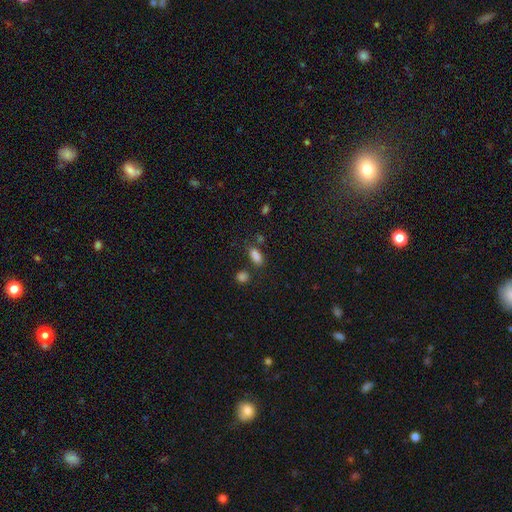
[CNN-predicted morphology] smooth 84%, star or artifact 11%, featured or disk 5%. Down the decision tree: how rounded — in between (83%); merging — none (69%).